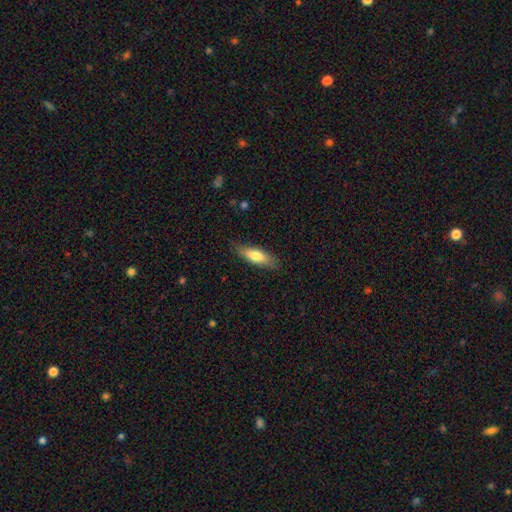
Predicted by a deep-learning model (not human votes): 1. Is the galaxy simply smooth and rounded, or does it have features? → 75% smooth, 19% featured or disk, 6% star or artifact.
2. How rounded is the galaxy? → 56% in between, 42% cigar-shaped, 2% round.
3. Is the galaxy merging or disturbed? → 84% none, 13% minor disturbance, 3% major disturbance, 1% merger.